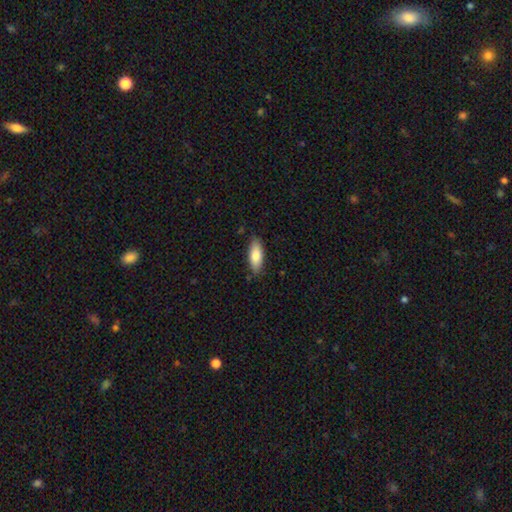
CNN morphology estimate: smooth_or_featured: smooth (p=0.82) [alt: featured or disk p=0.12]
how_rounded: in between (p=0.77) [alt: cigar-shaped p=0.21]
merging: none (p=0.83) [alt: minor disturbance p=0.13]